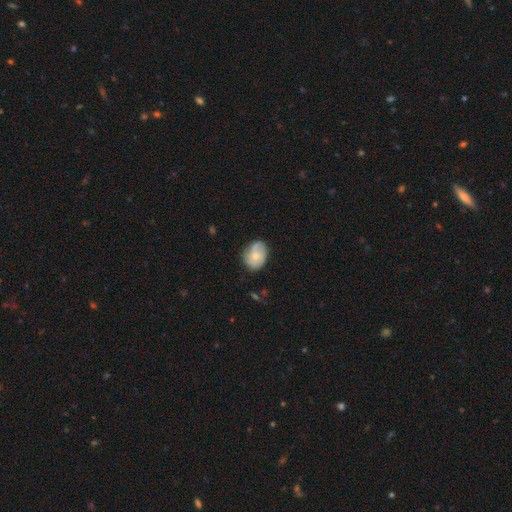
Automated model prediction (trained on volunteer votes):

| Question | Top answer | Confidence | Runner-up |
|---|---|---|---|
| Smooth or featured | smooth | 50% | featured or disk (43%) |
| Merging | none | 65% | minor disturbance (26%) |